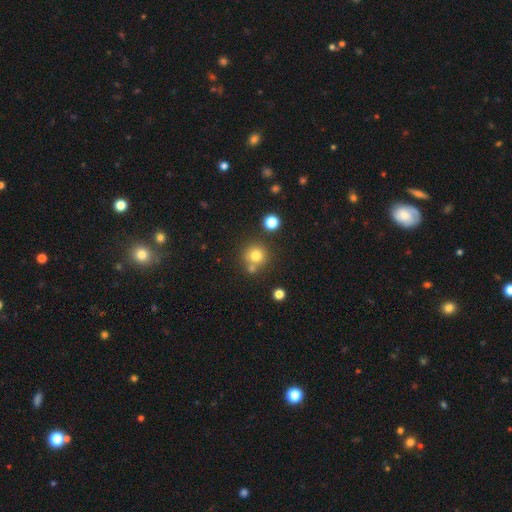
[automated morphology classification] A smooth galaxy with no disk features (77%) that is round (92%).

Vote fractions:
- Smooth or featured? smooth: 77% / star or artifact: 13% / featured or disk: 10%
- How rounded? round: 92% / in between: 7% / cigar-shaped: 1%
- Merging? none: 67% / merger: 20% / minor disturbance: 9% / major disturbance: 3%